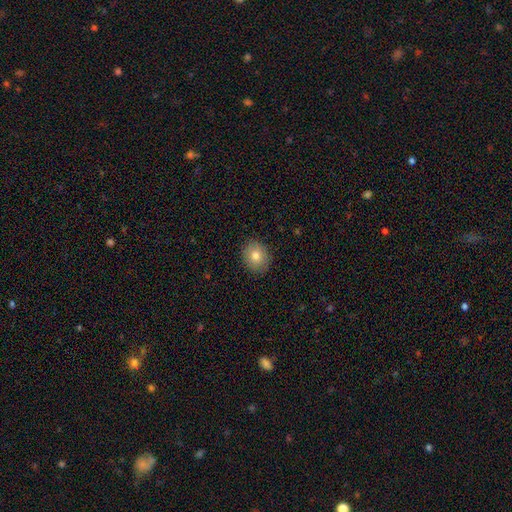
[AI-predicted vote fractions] A smooth galaxy with no disk features (80%) that is round (66%).

Vote fractions:
- Smooth or featured? smooth: 80% / featured or disk: 11% / star or artifact: 9%
- How rounded? round: 66% / in between: 33% / cigar-shaped: 1%
- Merging? none: 90% / minor disturbance: 7% / major disturbance: 2% / merger: 1%